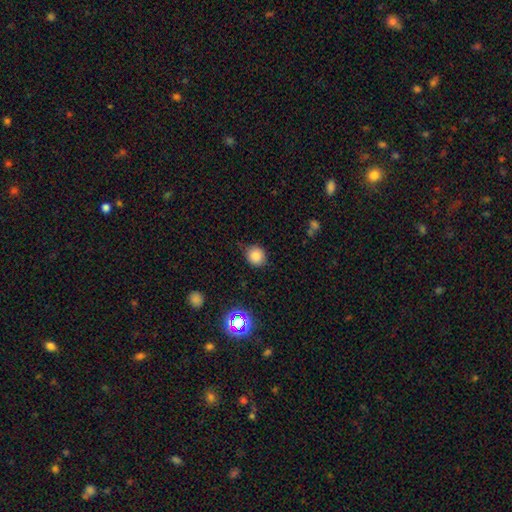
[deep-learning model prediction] smooth_or_featured: smooth (p=0.81) [alt: star or artifact p=0.13]
how_rounded: round (p=0.79) [alt: in between p=0.20]
merging: none (p=0.73) [alt: minor disturbance p=0.21]